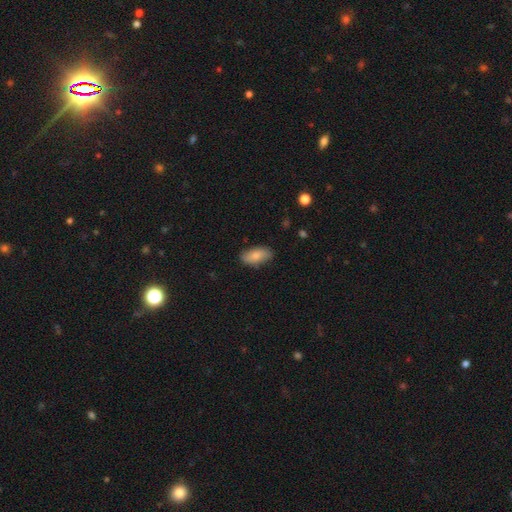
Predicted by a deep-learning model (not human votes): Smooth or featured? smooth (80%)
How rounded? in between (91%)
Merging? none (82%)